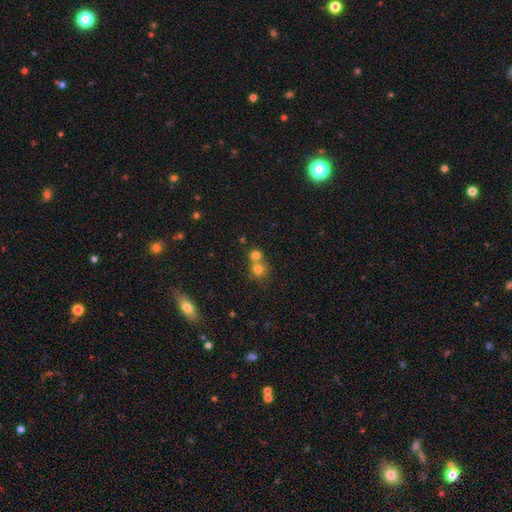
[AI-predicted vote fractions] Q: Smooth or featured?
A: smooth (75%); runner-up: star or artifact (14%)
Q: How rounded?
A: round (85%); runner-up: in between (14%)
Q: Merging?
A: merger (52%); runner-up: none (40%)